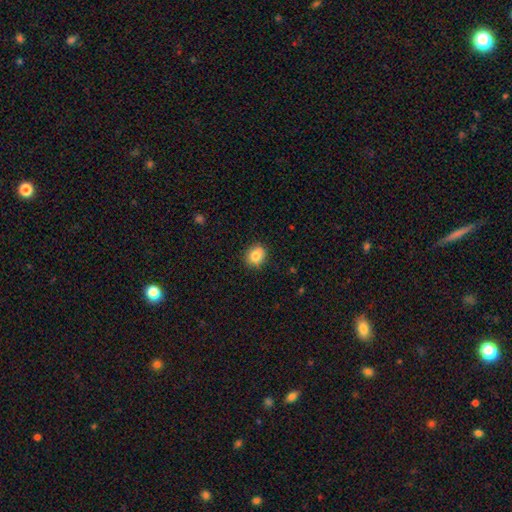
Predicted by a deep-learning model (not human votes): smooth 82%, star or artifact 10%, featured or disk 9%. Down the decision tree: how rounded — round (67%); merging — none (86%).